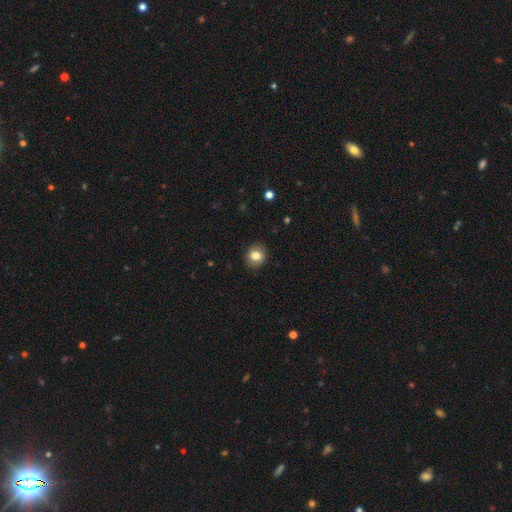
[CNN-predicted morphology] Smooth or featured?
  - smooth: 82% *
  - star or artifact: 10%
  - featured or disk: 9%
How rounded?
  - round: 78% *
  - in between: 21%
  - cigar-shaped: 1%
Merging?
  - none: 89% *
  - minor disturbance: 8%
  - major disturbance: 2%
  - merger: 1%